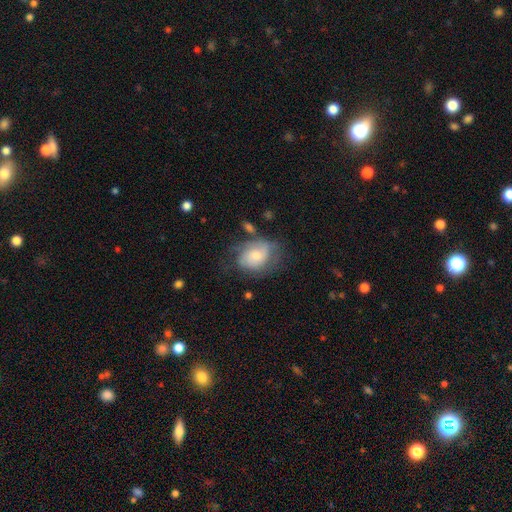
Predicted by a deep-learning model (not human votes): Smooth or featured? Predicted: smooth (p=0.52). How rounded? Predicted: in between (p=0.64). Merging? Predicted: none (p=0.45).